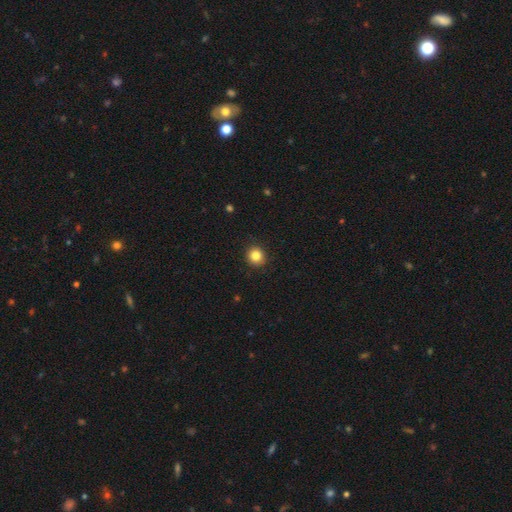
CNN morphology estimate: A smooth galaxy with no disk features (84%) that is round (90%). Merging: none (91%).